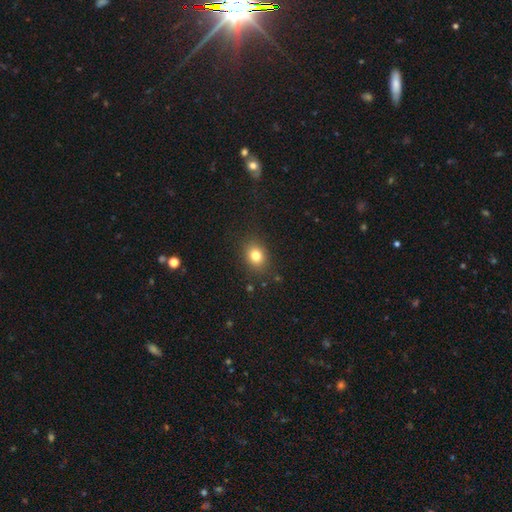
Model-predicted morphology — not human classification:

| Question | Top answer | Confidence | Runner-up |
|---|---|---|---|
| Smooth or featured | smooth | 79% | star or artifact (12%) |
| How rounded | round | 51% | in between (48%) |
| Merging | none | 85% | minor disturbance (10%) |